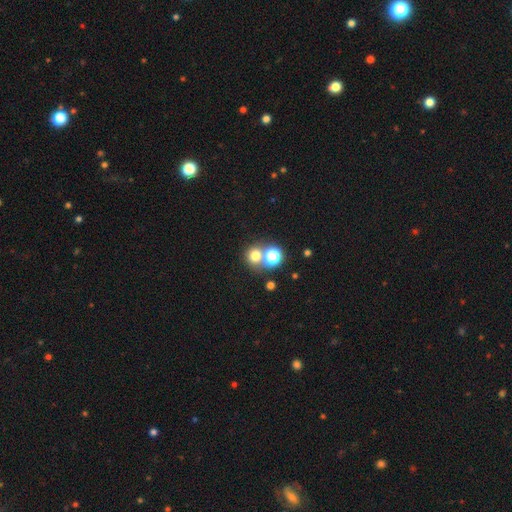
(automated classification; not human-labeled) Overall: smooth (69%). How rounded: round (86%). Merging: none (57%; merger 32%).